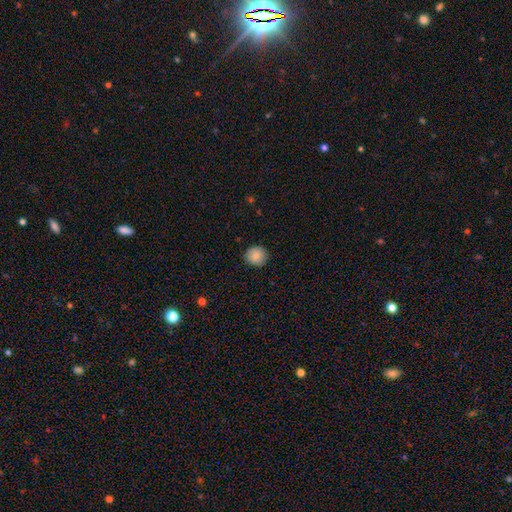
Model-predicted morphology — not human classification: This is clearly a smooth galaxy (84%). How rounded: clearly round (87%). Merging: clearly none (87%).